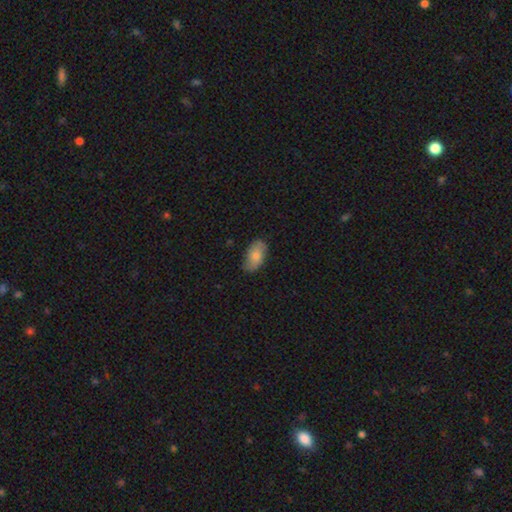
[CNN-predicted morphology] This appears to be a smooth galaxy with no disk features (77%) that is in between round and cigar-shaped (94%). Merging: none (76%).